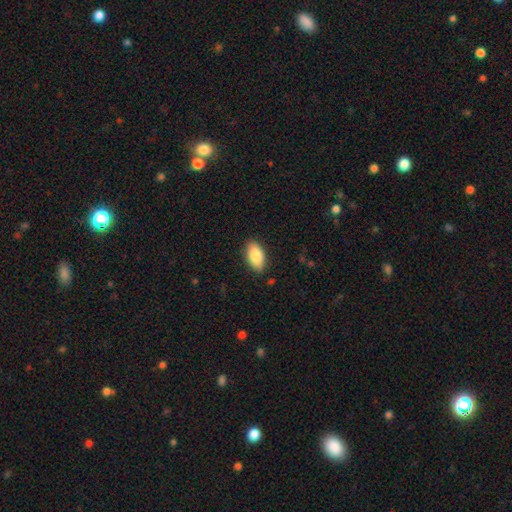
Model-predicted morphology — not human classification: Smooth or featured? Predicted: smooth (p=0.86). How rounded? Predicted: in between (p=0.92). Merging? Predicted: none (p=0.86).